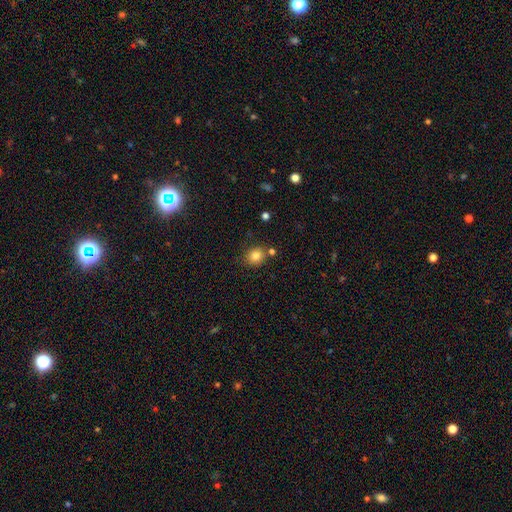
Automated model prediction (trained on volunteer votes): A smooth galaxy with no disk features (83%) that is round (74%).

Vote fractions:
- Smooth or featured? smooth: 83% / star or artifact: 11% / featured or disk: 6%
- How rounded? round: 74% / in between: 26% / cigar-shaped: 1%
- Merging? none: 78% / minor disturbance: 11% / merger: 8% / major disturbance: 3%